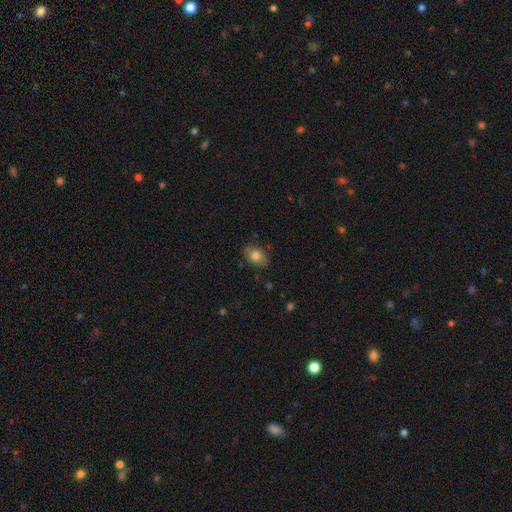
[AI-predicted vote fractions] Overall: smooth (78%). How rounded: in between (83%). Merging: none (83%).